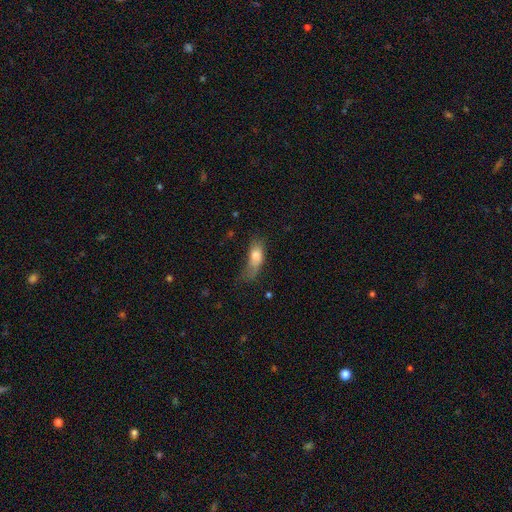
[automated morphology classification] Smooth or featured? Predicted: smooth (p=0.71). How rounded? Predicted: in between (p=0.75). Merging? Predicted: major disturbance (p=0.38).